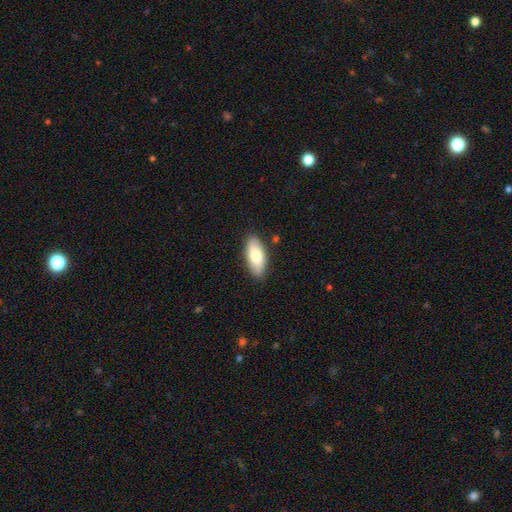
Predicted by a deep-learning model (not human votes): Q: Smooth or featured?
A: smooth (73%); runner-up: featured or disk (21%)
Q: How rounded?
A: in between (87%); runner-up: cigar-shaped (11%)
Q: Merging?
A: none (86%); runner-up: minor disturbance (10%)